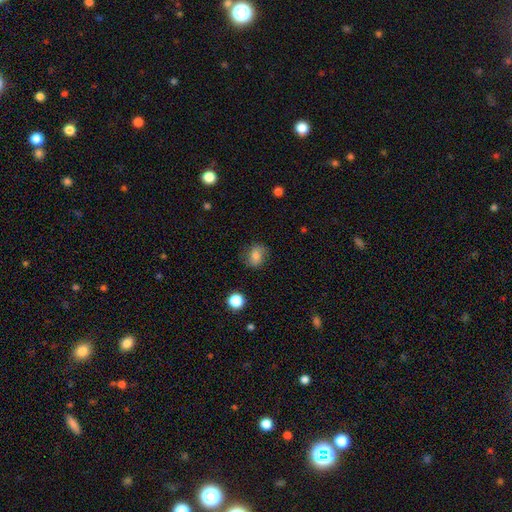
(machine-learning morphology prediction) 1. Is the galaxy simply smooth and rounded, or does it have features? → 74% smooth, 15% featured or disk, 11% star or artifact.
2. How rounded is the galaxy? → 53% round, 46% in between, 1% cigar-shaped.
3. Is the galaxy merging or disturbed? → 77% none, 17% minor disturbance, 5% major disturbance, 1% merger.